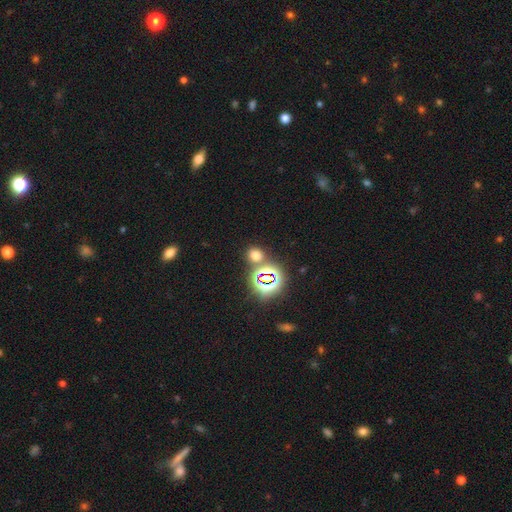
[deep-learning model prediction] Smooth or featured? Predicted: smooth (p=0.57). How rounded? Predicted: round (p=0.75). Merging? Predicted: none (p=0.75).